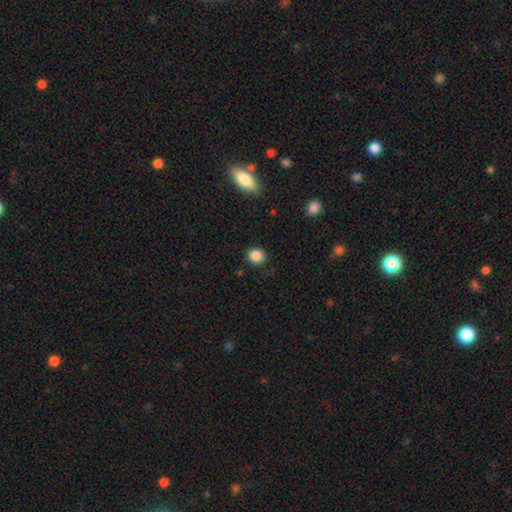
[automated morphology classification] smooth_or_featured: smooth (p=0.86) [alt: star or artifact p=0.11]
how_rounded: round (p=0.84) [alt: in between p=0.15]
merging: none (p=0.84) [alt: minor disturbance p=0.11]